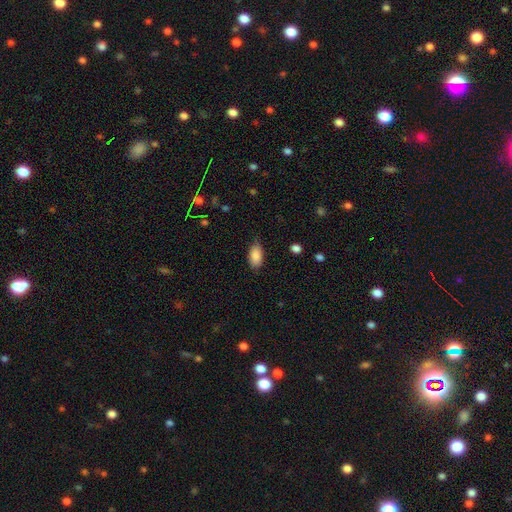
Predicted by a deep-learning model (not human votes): Smooth or featured? smooth (87%)
How rounded? in between (92%)
Merging? none (77%)